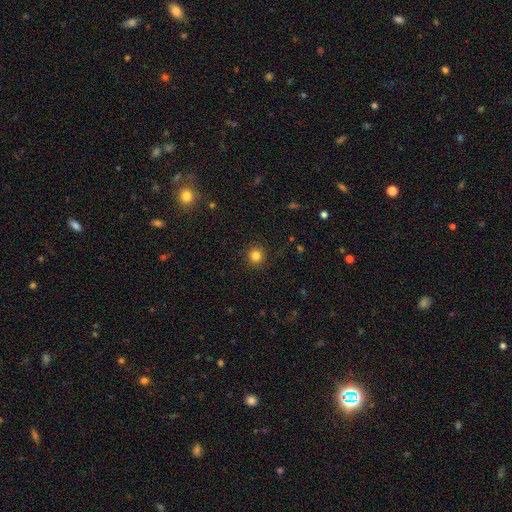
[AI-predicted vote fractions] smooth-or-featured: smooth: 82% | star or artifact: 13% | featured or disk: 5%
  how-rounded: round: 93% | in between: 6% | cigar-shaped: 1%
  merging: none: 90% | minor disturbance: 7% | major disturbance: 2% | merger: 1%